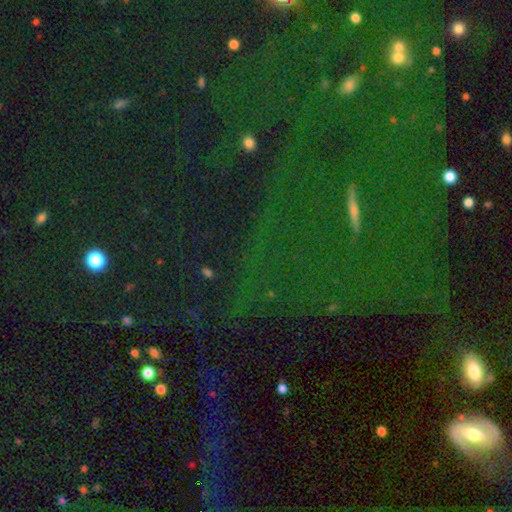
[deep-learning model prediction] A star or artifact, not a galaxy (76%).